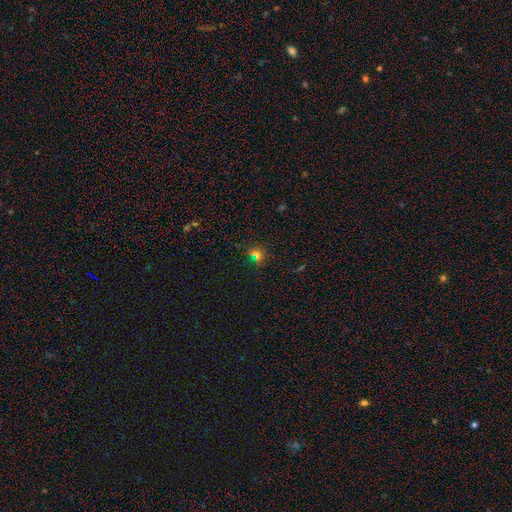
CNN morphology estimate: The model was most divided on "smooth or featured": smooth: 53%, star or artifact: 39%, featured or disk: 9%. More confident: merging — none (77%); how rounded — round (73%).